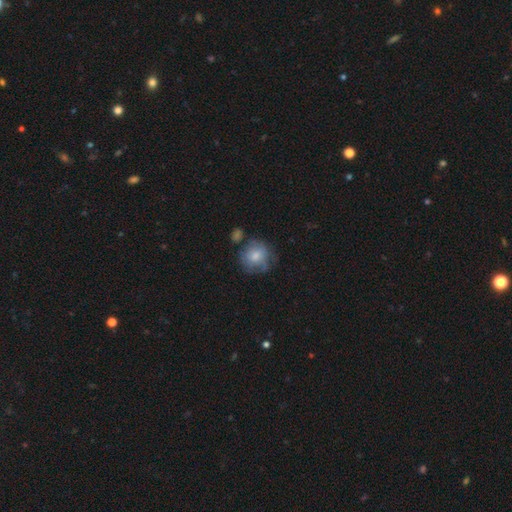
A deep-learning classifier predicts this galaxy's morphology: smooth 69%, featured or disk 24%, star or artifact 7%. Down the decision tree: how rounded — round (82%); merging — none (58%).